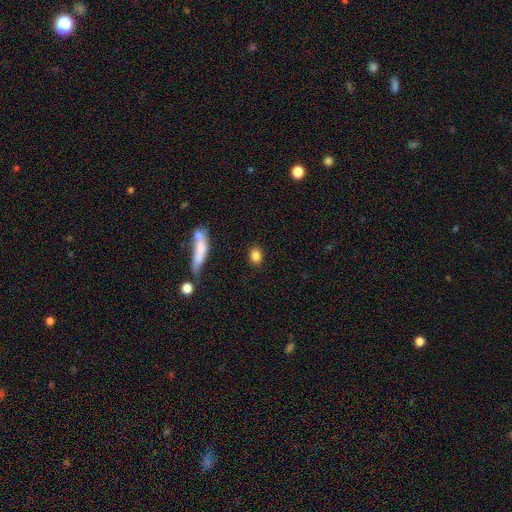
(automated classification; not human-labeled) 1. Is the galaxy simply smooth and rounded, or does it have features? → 85% smooth, 9% star or artifact, 6% featured or disk.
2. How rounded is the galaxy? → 59% in between, 36% round, 5% cigar-shaped.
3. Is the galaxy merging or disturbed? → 84% none, 9% minor disturbance, 4% merger, 3% major disturbance.